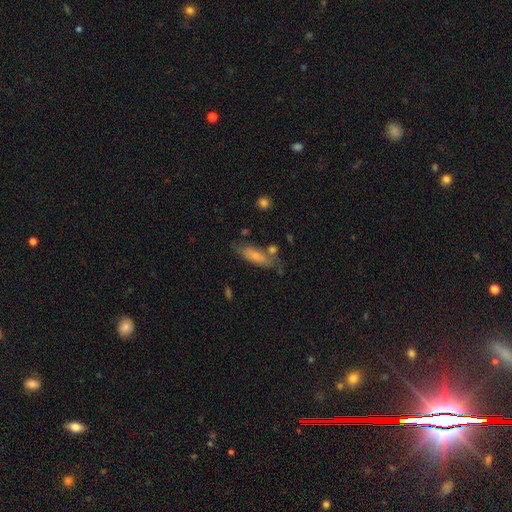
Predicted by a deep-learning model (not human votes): Morphology: type=smooth (68%); roundness=in between (61%); merging=none (60%).